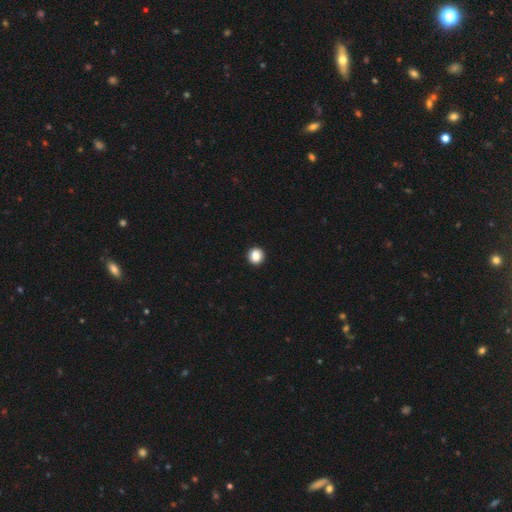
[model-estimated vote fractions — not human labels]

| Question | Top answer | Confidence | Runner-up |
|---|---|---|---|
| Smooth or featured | smooth | 86% | star or artifact (10%) |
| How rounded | round | 93% | in between (6%) |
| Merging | none | 93% | minor disturbance (4%) |